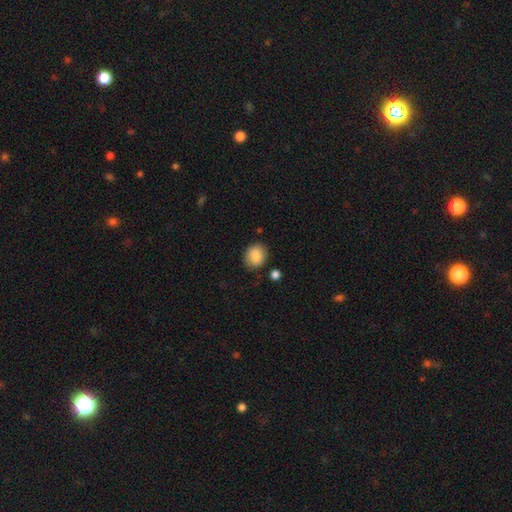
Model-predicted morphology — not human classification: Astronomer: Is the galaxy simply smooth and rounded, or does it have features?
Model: smooth — 86%.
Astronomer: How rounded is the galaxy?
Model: round — 65%.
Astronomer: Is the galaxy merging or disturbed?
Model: none — 83%.